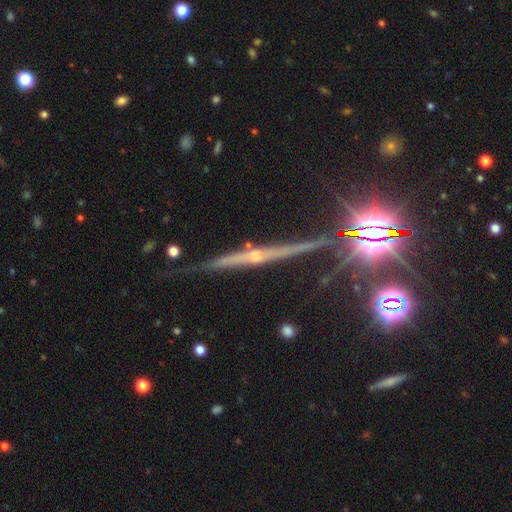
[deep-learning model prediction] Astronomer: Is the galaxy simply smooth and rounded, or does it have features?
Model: featured or disk — 72%.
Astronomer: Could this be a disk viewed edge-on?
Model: yes — 97%.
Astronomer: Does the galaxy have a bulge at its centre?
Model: rounded — 75%.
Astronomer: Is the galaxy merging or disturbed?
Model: none — 86%.